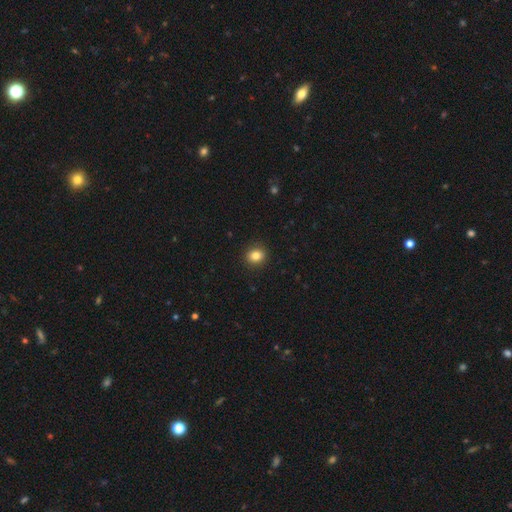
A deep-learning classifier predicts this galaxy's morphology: smooth 84%, star or artifact 11%, featured or disk 5%. Down the decision tree: how rounded — round (76%); merging — none (92%).